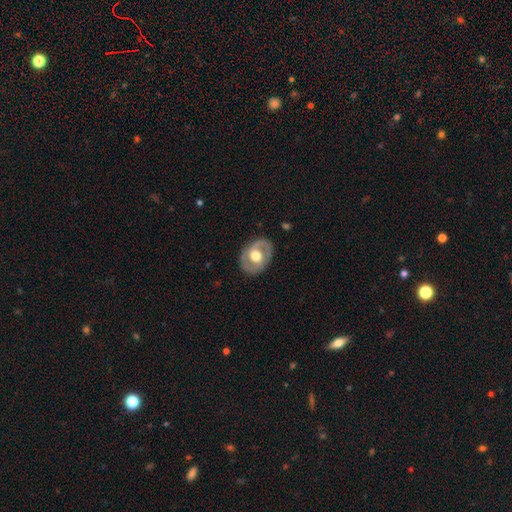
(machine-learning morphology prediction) The model was most divided on "spiral arms": yes: 59%, no: 41%. More confident: edge-on disk — no (95%); merging — none (82%); smooth or featured — featured or disk (70%); bar — no (64%); bulge size — moderate (58%).